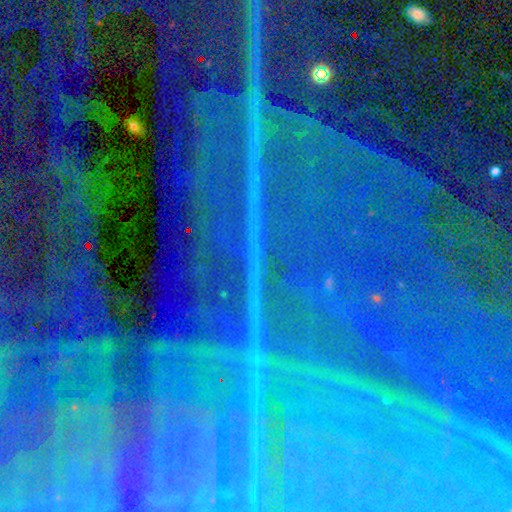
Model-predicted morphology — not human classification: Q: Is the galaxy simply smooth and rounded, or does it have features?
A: star or artifact — 87%.